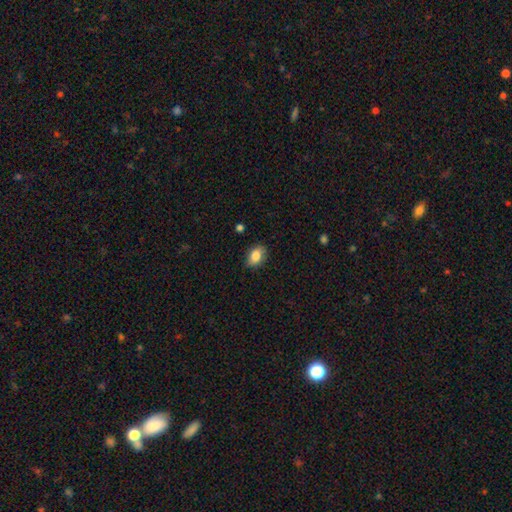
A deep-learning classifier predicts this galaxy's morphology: Smooth or featured: smooth — 83% (featured or disk — 9%)
How rounded: in between — 77% (round — 22%)
Merging: none — 77% (minor disturbance — 18%)